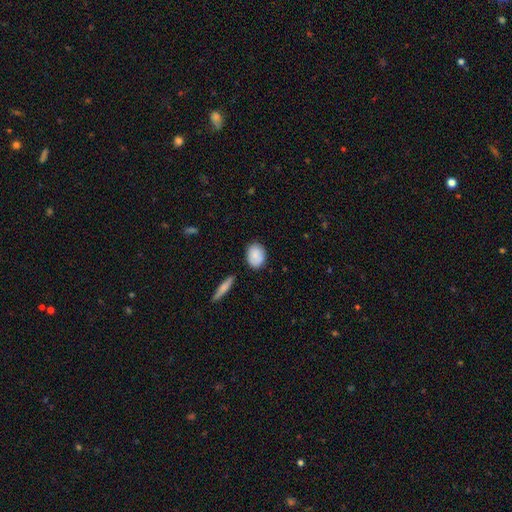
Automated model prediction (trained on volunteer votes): This is clearly a smooth galaxy (84%). How rounded: likely in between (63%). Merging: clearly none (81%).